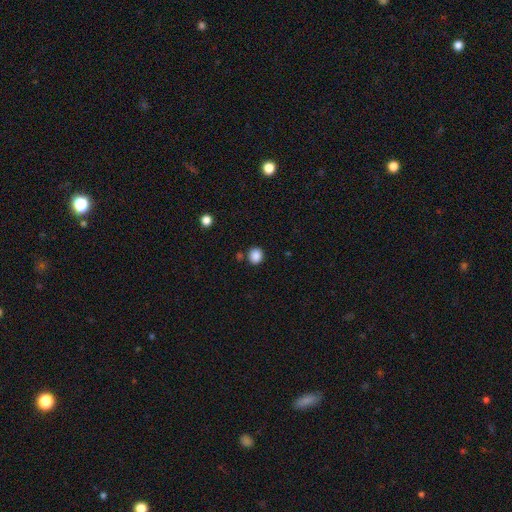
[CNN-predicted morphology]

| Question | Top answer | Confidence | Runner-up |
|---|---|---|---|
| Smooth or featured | smooth | 87% | star or artifact (10%) |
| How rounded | round | 76% | in between (23%) |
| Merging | none | 83% | minor disturbance (9%) |